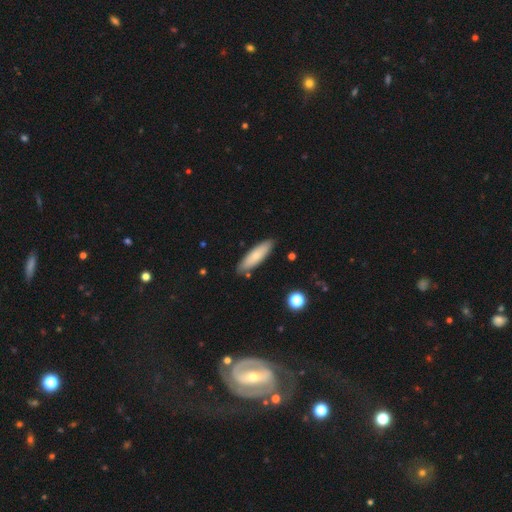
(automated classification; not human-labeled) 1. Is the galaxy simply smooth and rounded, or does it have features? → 76% smooth, 19% featured or disk, 6% star or artifact.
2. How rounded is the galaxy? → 61% cigar-shaped, 37% in between, 1% round.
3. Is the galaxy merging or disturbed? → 86% none, 10% minor disturbance, 2% merger, 2% major disturbance.